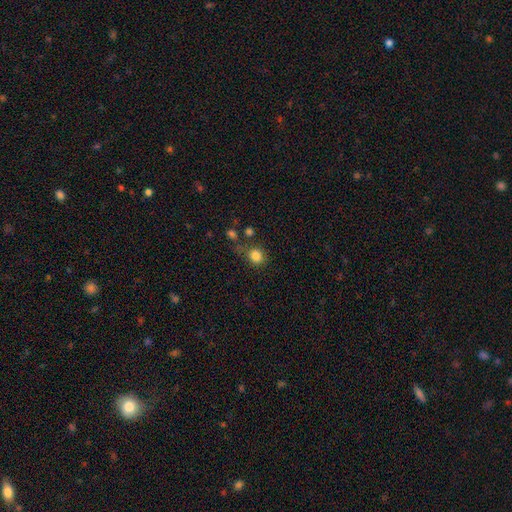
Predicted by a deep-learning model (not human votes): This appears to be a smooth galaxy with no disk features (83%) that is round (79%). Merging: none (59%).